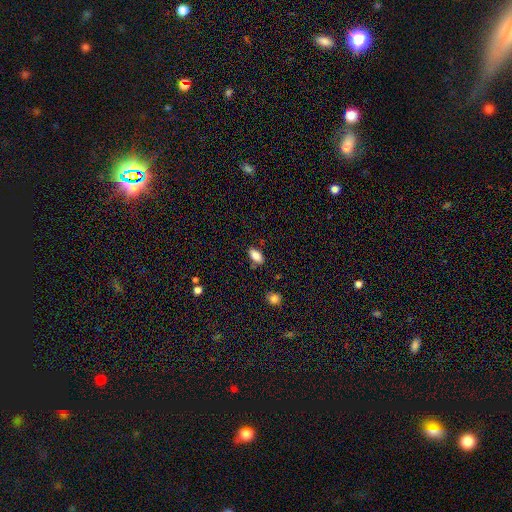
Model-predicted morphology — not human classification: smooth_or_featured: smooth (p=0.85) [alt: star or artifact p=0.08]
how_rounded: in between (p=0.90) [alt: cigar-shaped p=0.06]
merging: none (p=0.82) [alt: minor disturbance p=0.13]